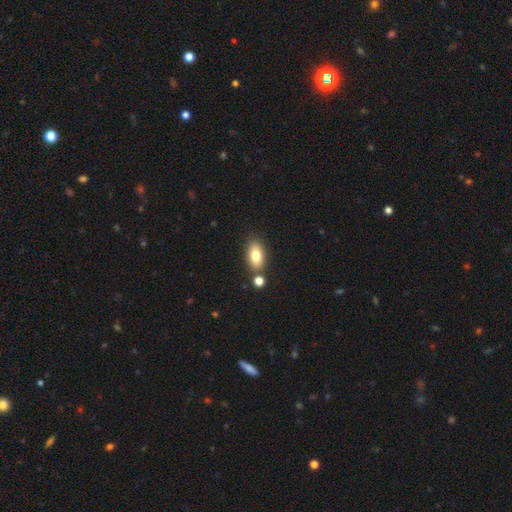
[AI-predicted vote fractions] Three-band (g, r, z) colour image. It shows a smooth galaxy with no disk features (79%) that is in between round and cigar-shaped (89%). Merging: none (74%).